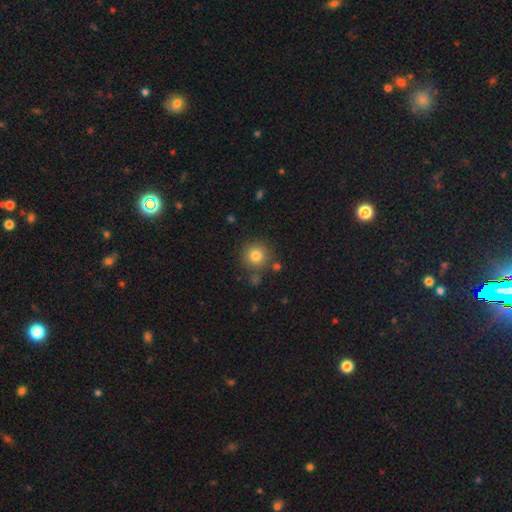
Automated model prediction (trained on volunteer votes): Morphology: type=smooth (80%); roundness=round (94%); merging=none (81%).